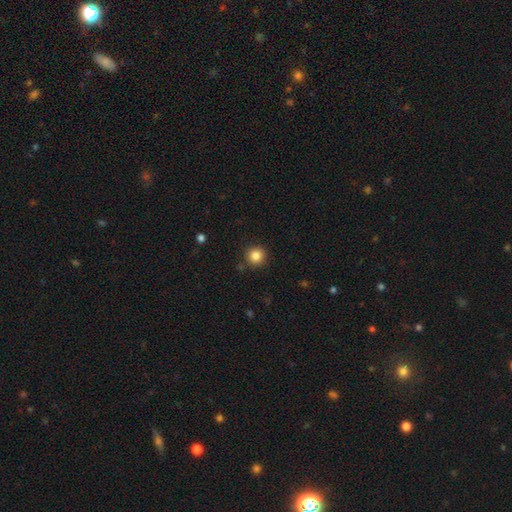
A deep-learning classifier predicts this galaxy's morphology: A smooth galaxy with no disk features (84%) that is round (94%).

Vote fractions:
- Smooth or featured? smooth: 84% / star or artifact: 11% / featured or disk: 5%
- How rounded? round: 94% / in between: 5% / cigar-shaped: 1%
- Merging? none: 89% / minor disturbance: 7% / major disturbance: 2% / merger: 2%